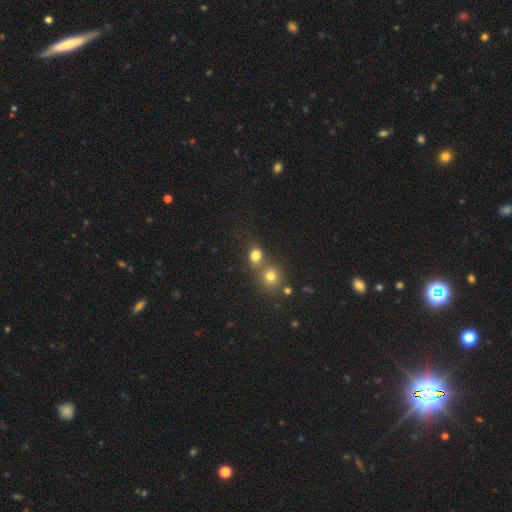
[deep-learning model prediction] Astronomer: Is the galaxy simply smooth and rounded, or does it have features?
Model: smooth — 77%.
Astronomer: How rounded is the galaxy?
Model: round — 67%.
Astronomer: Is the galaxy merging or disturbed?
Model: none — 50% (runner-up: merger, 36%).